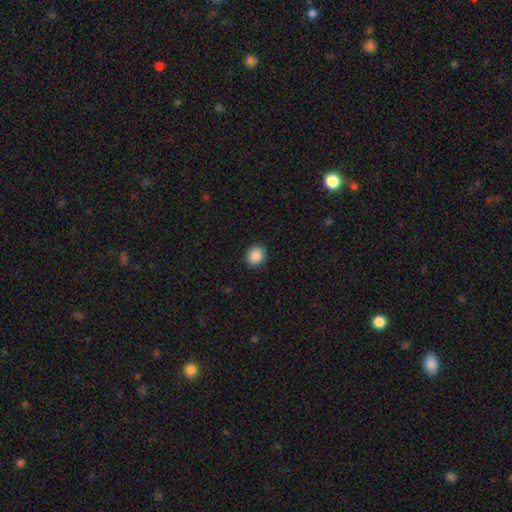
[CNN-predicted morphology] A smooth galaxy with no disk features (89%) that is round (69%).

Vote fractions:
- Smooth or featured? smooth: 89% / star or artifact: 8% / featured or disk: 3%
- How rounded? round: 69% / in between: 30% / cigar-shaped: 1%
- Merging? none: 90% / minor disturbance: 7% / major disturbance: 2% / merger: 1%